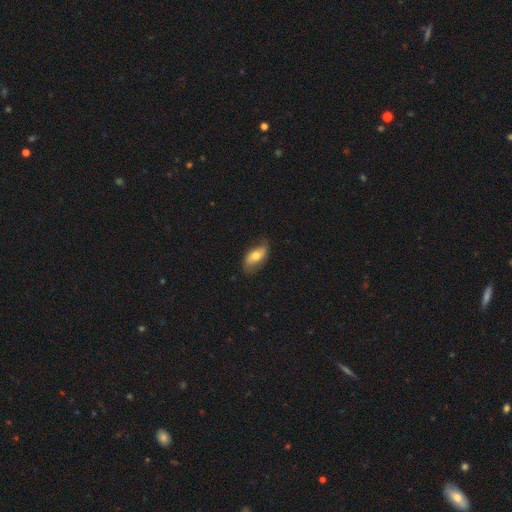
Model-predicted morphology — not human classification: The model was most divided on "smooth or featured": smooth: 56%, featured or disk: 38%, star or artifact: 7%. More confident: how rounded — in between (89%); merging — none (71%).